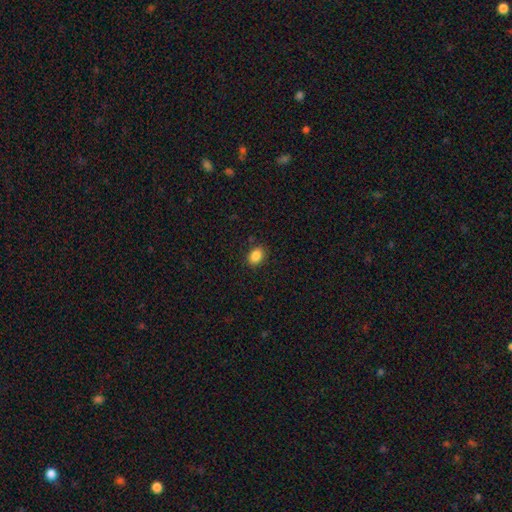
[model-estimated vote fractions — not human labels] Morphology: type=smooth (87%); roundness=in between (66%); merging=none (87%).